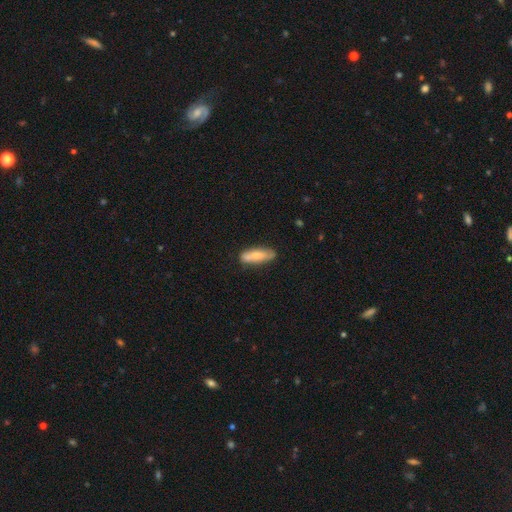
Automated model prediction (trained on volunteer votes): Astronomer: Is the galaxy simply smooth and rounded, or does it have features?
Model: smooth — 67%.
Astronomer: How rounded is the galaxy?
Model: in between — 50% (runner-up: cigar-shaped, 48%).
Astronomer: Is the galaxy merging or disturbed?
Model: none — 72%.